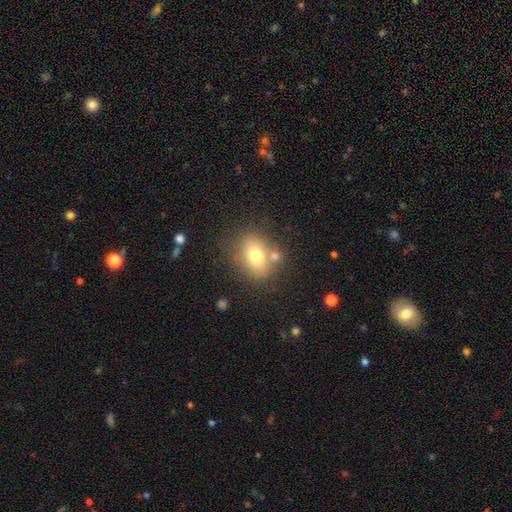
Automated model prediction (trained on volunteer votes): Smooth or featured?
  - smooth: 72% *
  - featured or disk: 17%
  - star or artifact: 12%
How rounded?
  - in between: 54% *
  - round: 45%
  - cigar-shaped: 1%
Merging?
  - none: 66% *
  - merger: 15%
  - minor disturbance: 14%
  - major disturbance: 5%